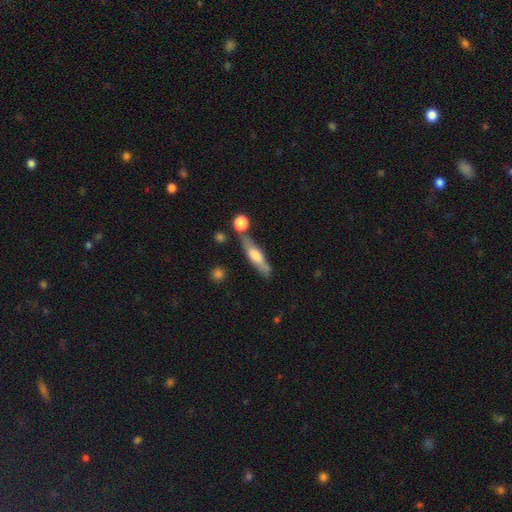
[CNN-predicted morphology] The model was most divided on "smooth or featured": smooth: 49%, featured or disk: 45%, star or artifact: 6%. More confident: merging — none (66%).